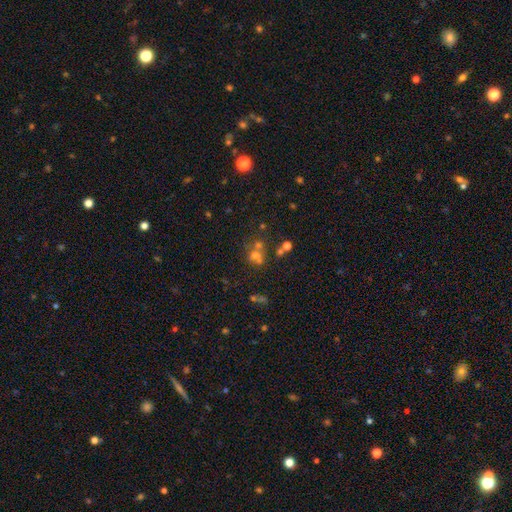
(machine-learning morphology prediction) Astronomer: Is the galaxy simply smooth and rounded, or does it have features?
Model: smooth — 52% (runner-up: star or artifact, 29%).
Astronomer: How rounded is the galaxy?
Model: round — 77%.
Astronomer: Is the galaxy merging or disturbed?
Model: none — 44% (runner-up: merger, 40%).